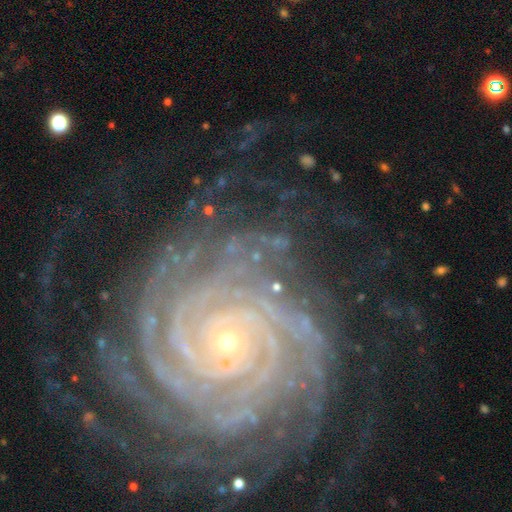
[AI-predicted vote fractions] smooth-or-featured: featured or disk: 90% | star or artifact: 7% | smooth: 3%
  disk-edge-on: no: 98% | yes: 2%
    bar: no: 73% | weak: 16% | strong: 11%
    has-spiral-arms: yes: 99% | no: 1%
      spiral-winding: tight: 86% | medium: 12% | loose: 2%
      spiral-arm-count: more than 4: 21% | 2: 19% | 4: 18% | can't tell: 16% | 3: 16% | 1: 10%
    bulge-size: small: 83% | moderate: 13% | none: 1% | large: 1% | dominant: 1%
  merging: none: 76% | minor disturbance: 14% | major disturbance: 7% | merger: 3%